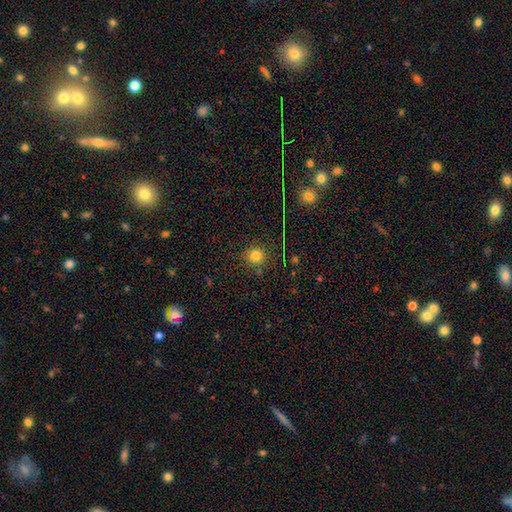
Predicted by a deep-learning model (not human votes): Smooth or featured?
  - smooth: 77% *
  - star or artifact: 17%
  - featured or disk: 6%
How rounded?
  - round: 93% *
  - in between: 6%
  - cigar-shaped: 1%
Merging?
  - none: 83% *
  - minor disturbance: 10%
  - major disturbance: 3%
  - merger: 3%